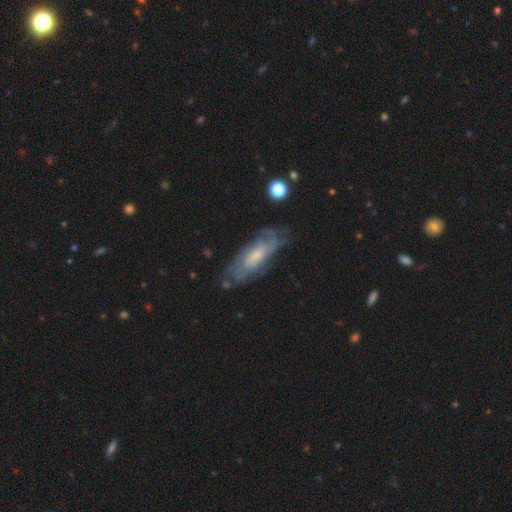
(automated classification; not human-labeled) Smooth or featured?
  - featured or disk: 67% *
  - smooth: 26%
  - star or artifact: 7%
Edge-on disk?
  - no: 81% *
  - yes: 19%
Bar?
  - no: 63% *
  - weak: 31%
  - strong: 6%
Spiral arms?
  - yes: 82% *
  - no: 18%
Bulge size?
  - small: 50% *
  - moderate: 35%
  - none: 8%
  - large: 5%
  - dominant: 1%
Merging?
  - none: 67% *
  - minor disturbance: 22%
  - major disturbance: 9%
  - merger: 2%